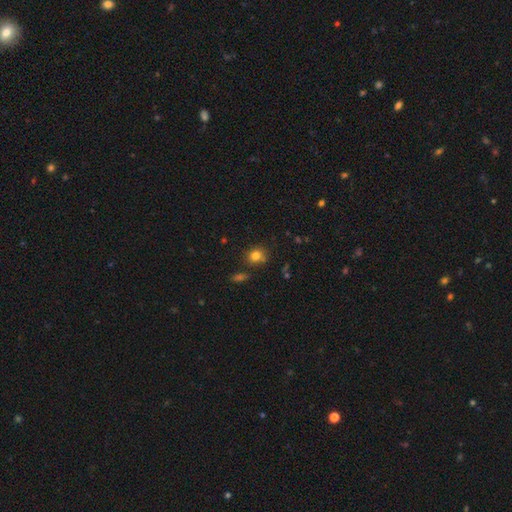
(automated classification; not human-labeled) Smooth or featured? smooth (80%)
How rounded? round (77%)
Merging? none (76%)